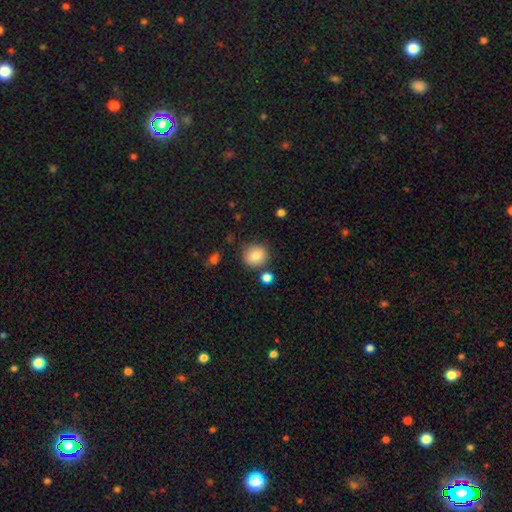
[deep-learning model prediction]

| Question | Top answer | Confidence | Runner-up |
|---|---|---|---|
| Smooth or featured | smooth | 84% | star or artifact (9%) |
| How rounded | round | 87% | in between (12%) |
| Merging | none | 79% | minor disturbance (12%) |